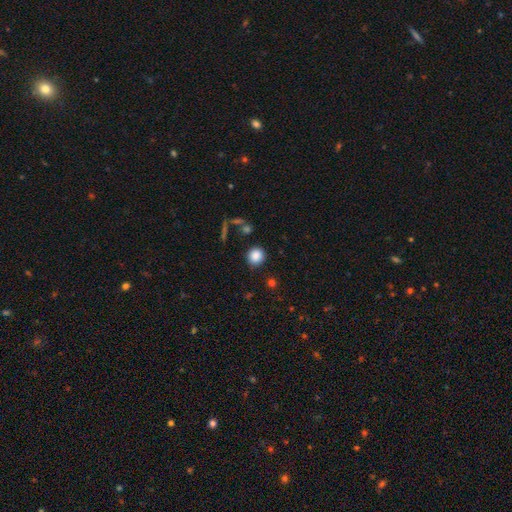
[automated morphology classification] Smooth or featured? smooth (86%)
How rounded? round (88%)
Merging? none (86%)